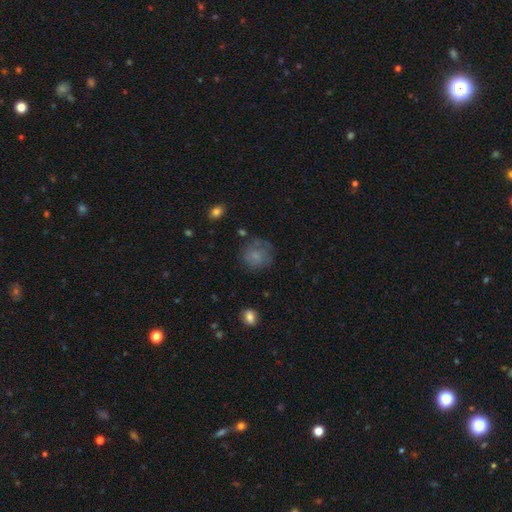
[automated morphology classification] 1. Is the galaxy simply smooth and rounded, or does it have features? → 67% smooth, 22% featured or disk, 12% star or artifact.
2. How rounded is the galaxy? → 85% round, 15% in between, 1% cigar-shaped.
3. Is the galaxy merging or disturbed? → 64% none, 21% minor disturbance, 13% major disturbance, 2% merger.